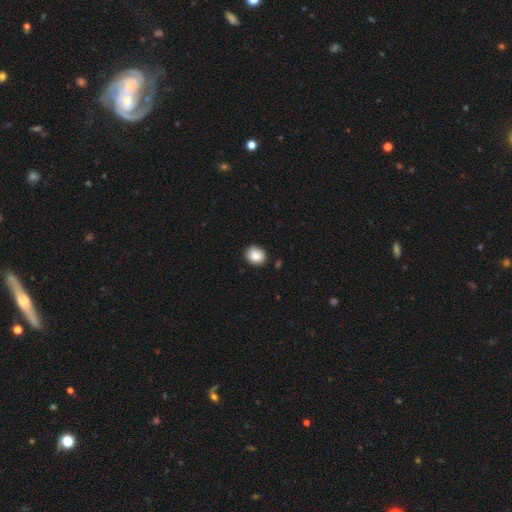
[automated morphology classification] Smooth or featured: smooth — 87% (star or artifact — 8%)
How rounded: round — 72% (in between — 27%)
Merging: none — 86% (minor disturbance — 11%)